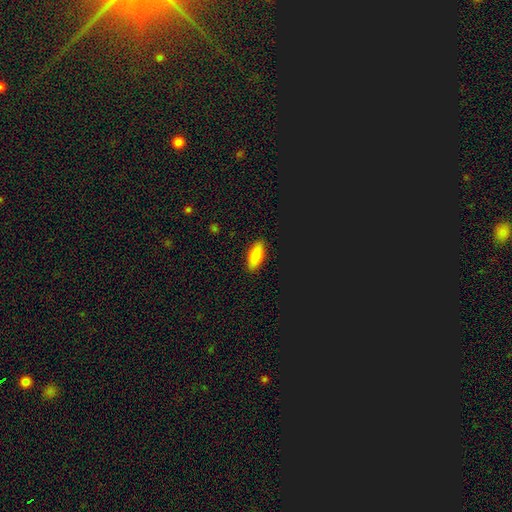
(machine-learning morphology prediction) A smooth galaxy with no disk features (78%) that is in between round and cigar-shaped (81%). Merging: none (89%).